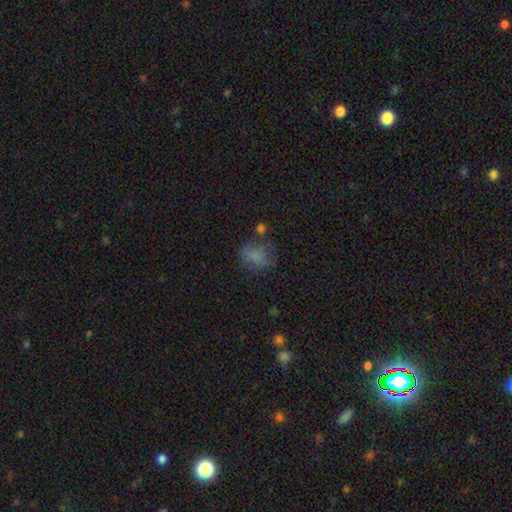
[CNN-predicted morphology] smooth 69%, featured or disk 16%, star or artifact 15%. Down the decision tree: how rounded — in between (60%); merging — none (48%).